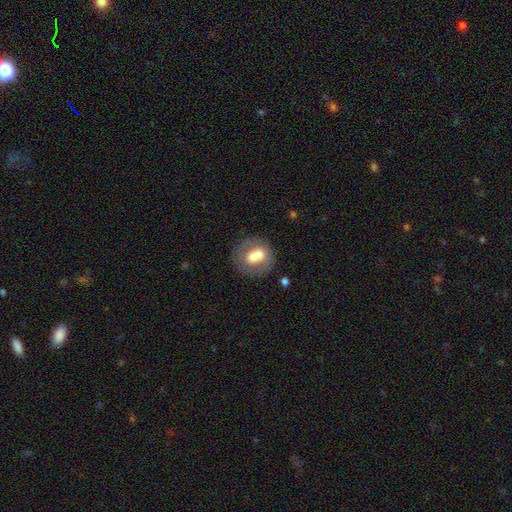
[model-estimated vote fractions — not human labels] A smooth galaxy with no disk features (58%) that is round (72%).

Vote fractions:
- Smooth or featured? smooth: 58% / featured or disk: 34% / star or artifact: 8%
- How rounded? round: 72% / in between: 27% / cigar-shaped: 1%
- Merging? none: 47% / merger: 30% / minor disturbance: 14% / major disturbance: 8%